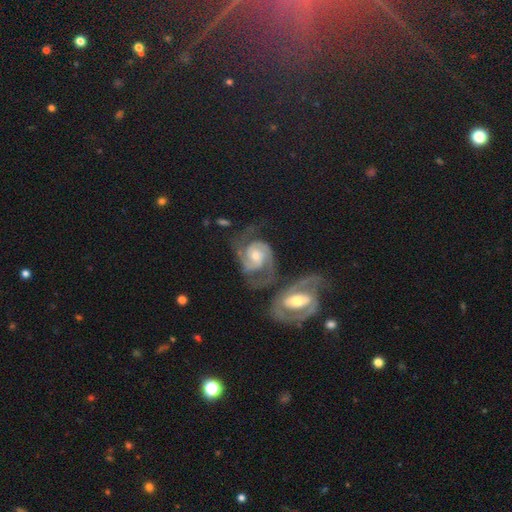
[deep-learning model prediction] A featured or disk galaxy (90%) with no bar (53%), 2 (87%) medium (52%) spiral arms (98%) and a moderate central bulge (53%). Merging: none (44%).